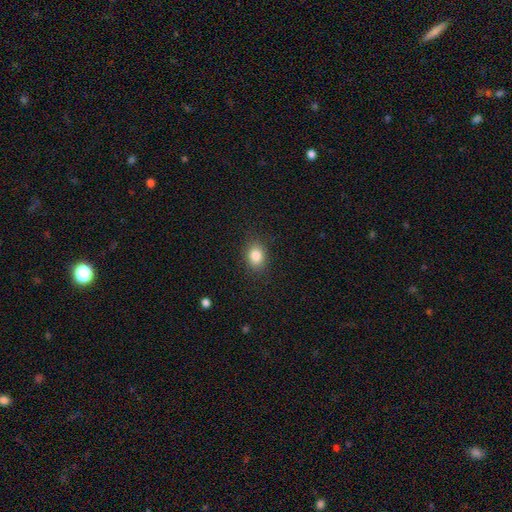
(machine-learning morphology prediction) Smooth or featured?
  - smooth: 85% *
  - star or artifact: 10%
  - featured or disk: 6%
How rounded?
  - in between: 61% *
  - round: 38%
  - cigar-shaped: 1%
Merging?
  - none: 86% *
  - minor disturbance: 10%
  - major disturbance: 3%
  - merger: 1%